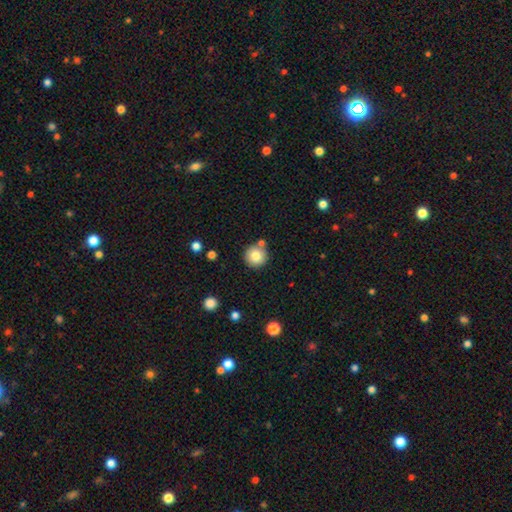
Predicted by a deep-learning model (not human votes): smooth_or_featured: smooth (p=0.81) [alt: star or artifact p=0.10]
how_rounded: round (p=0.95) [alt: in between p=0.04]
merging: none (p=0.78) [alt: merger p=0.11]